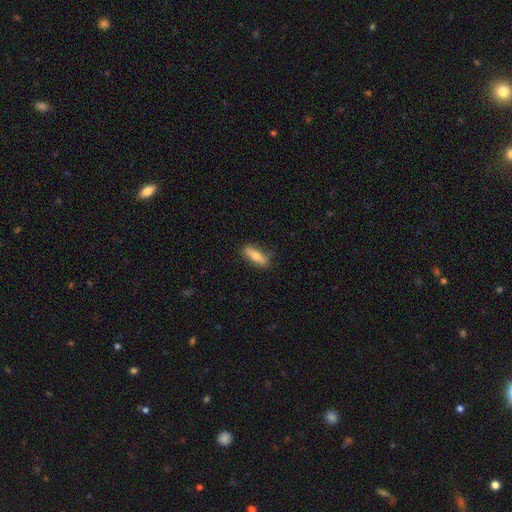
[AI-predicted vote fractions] Smooth or featured?
  - smooth: 65% *
  - featured or disk: 28%
  - star or artifact: 7%
How rounded?
  - cigar-shaped: 58% *
  - in between: 40%
  - round: 3%
Merging?
  - none: 83% *
  - minor disturbance: 13%
  - major disturbance: 3%
  - merger: 1%